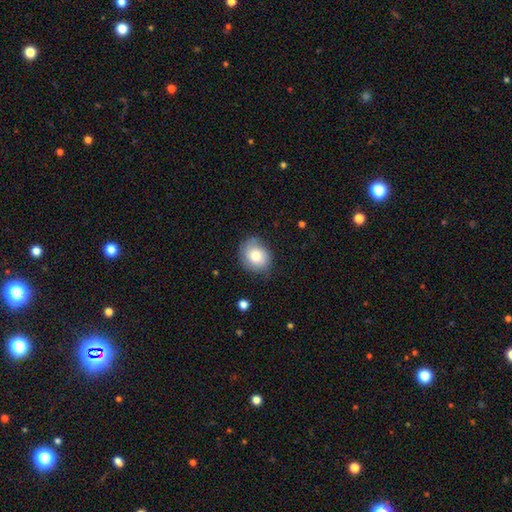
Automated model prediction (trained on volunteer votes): smooth-or-featured: smooth: 77% | featured or disk: 16% | star or artifact: 7%
  how-rounded: round: 59% | in between: 40% | cigar-shaped: 1%
  merging: none: 70% | minor disturbance: 23% | major disturbance: 5% | merger: 2%